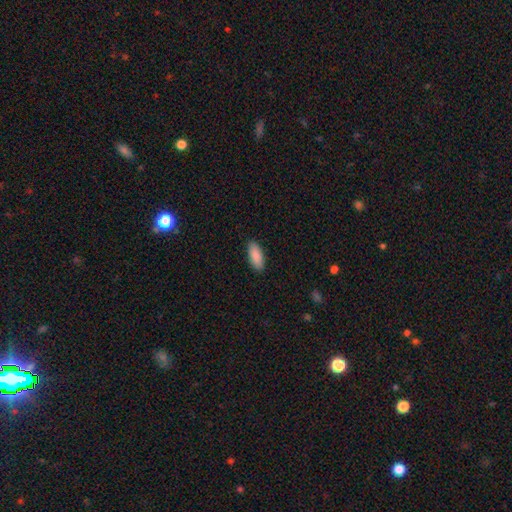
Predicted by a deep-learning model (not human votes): Morphology: type=smooth (90%); roundness=in between (83%); merging=none (90%).